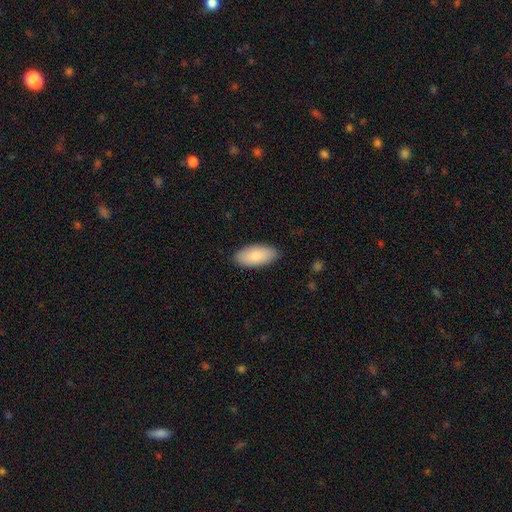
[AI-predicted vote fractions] Morphology: type=smooth (84%); roundness=in between (93%); merging=none (87%).